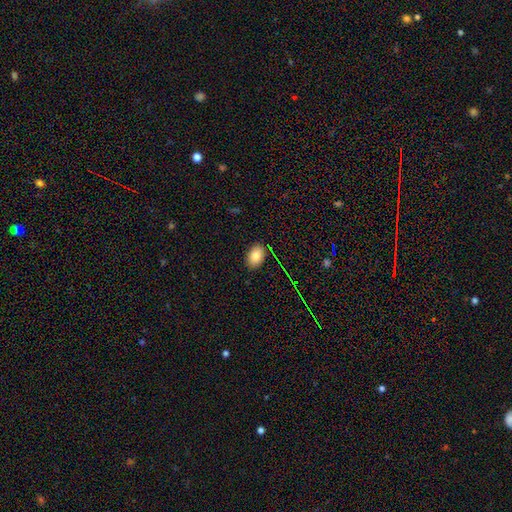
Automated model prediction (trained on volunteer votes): Q: Smooth or featured?
A: smooth (82%); runner-up: star or artifact (10%)
Q: How rounded?
A: in between (87%); runner-up: round (12%)
Q: Merging?
A: none (87%); runner-up: minor disturbance (10%)